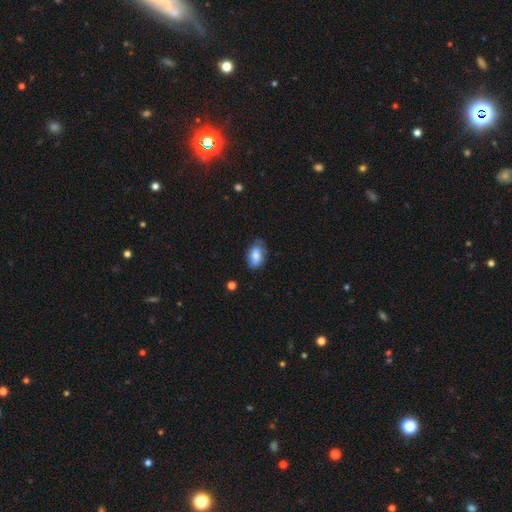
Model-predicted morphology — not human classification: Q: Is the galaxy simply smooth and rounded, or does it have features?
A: smooth — 76%.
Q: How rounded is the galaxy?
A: in between — 91%.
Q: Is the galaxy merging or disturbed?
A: none — 65%.